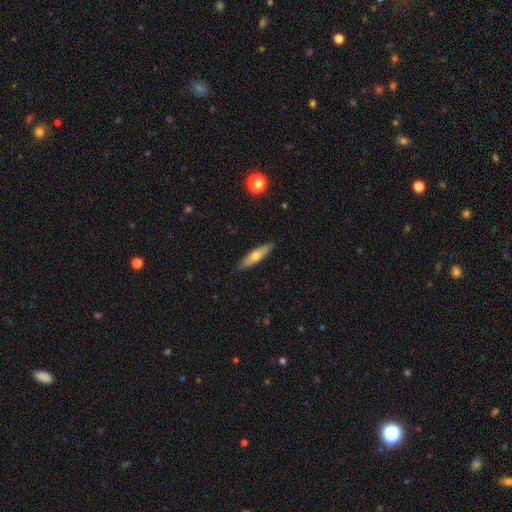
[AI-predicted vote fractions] Smooth or featured: smooth — 55% (featured or disk — 39%)
How rounded: cigar-shaped — 75% (in between — 23%)
Merging: none — 89% (minor disturbance — 8%)